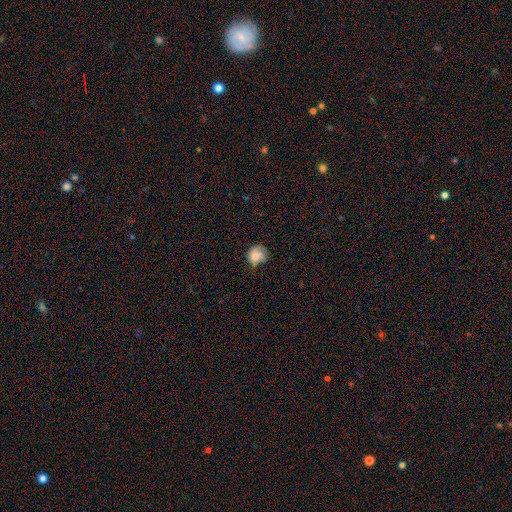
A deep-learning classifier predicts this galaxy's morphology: Smooth or featured?
  - smooth: 69% *
  - featured or disk: 21%
  - star or artifact: 9%
How rounded?
  - round: 75% *
  - in between: 24%
  - cigar-shaped: 1%
Merging?
  - none: 50% *
  - minor disturbance: 33%
  - major disturbance: 14%
  - merger: 2%